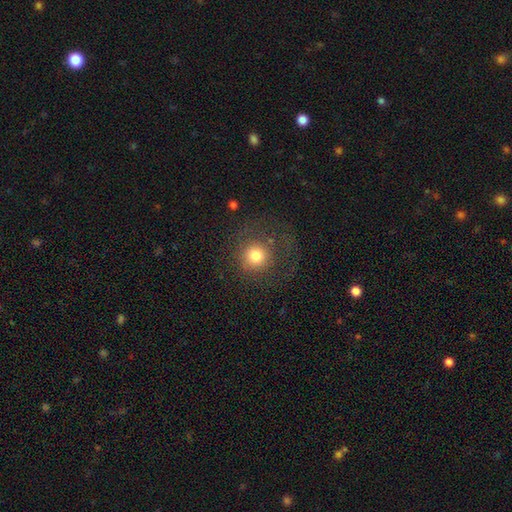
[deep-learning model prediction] A smooth galaxy with no disk features (76%) that is round (93%). Merging: none (70%).